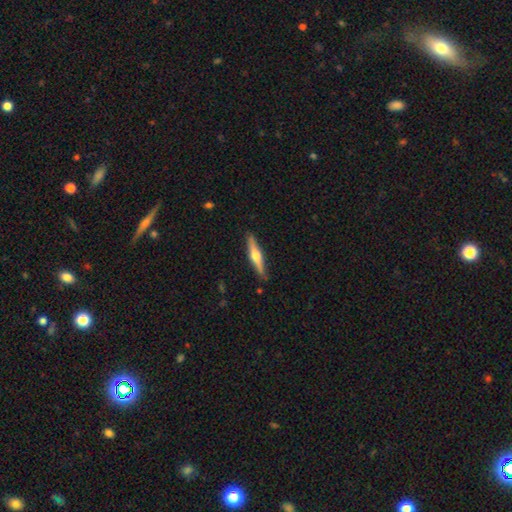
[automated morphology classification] Q: Smooth or featured?
A: featured or disk (65%); runner-up: smooth (30%)
Q: Edge-on disk?
A: yes (97%); runner-up: no (3%)
Q: Edge-on bulge?
A: rounded (93%); runner-up: boxy (4%)
Q: Merging?
A: none (88%); runner-up: minor disturbance (9%)